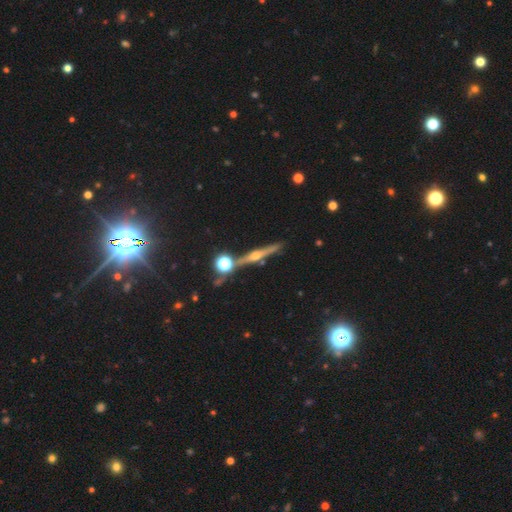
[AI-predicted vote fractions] A featured or disk galaxy (75%) viewed edge-on (96%) with a rounded central bulge (90%). Merging: none (84%).